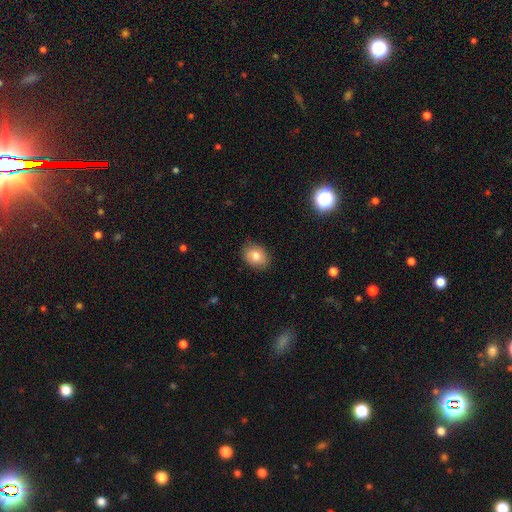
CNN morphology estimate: smooth_or_featured: smooth (p=0.79) [alt: featured or disk p=0.12]
how_rounded: in between (p=0.58) [alt: round p=0.41]
merging: none (p=0.83) [alt: minor disturbance p=0.13]